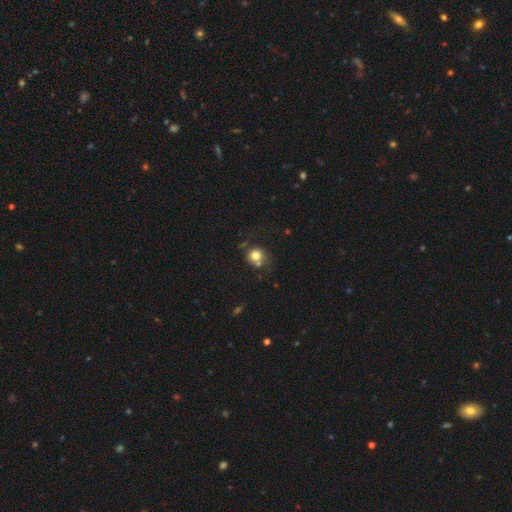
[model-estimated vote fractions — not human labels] smooth 76%, featured or disk 12%, star or artifact 12%. Down the decision tree: how rounded — round (85%); merging — none (55%).